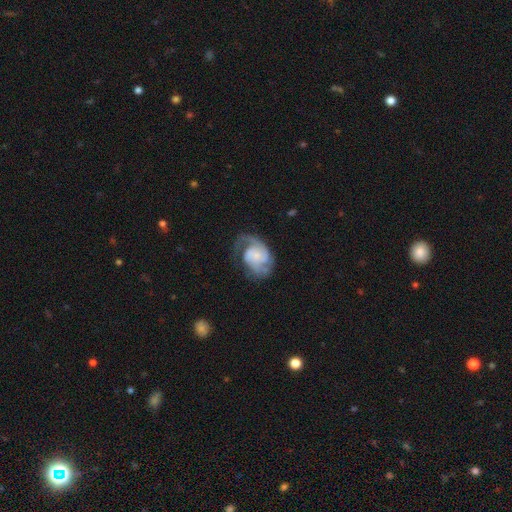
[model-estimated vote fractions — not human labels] smooth-or-featured: featured or disk: 81% | smooth: 13% | star or artifact: 6%
  disk-edge-on: no: 98% | yes: 2%
    bar: no: 64% | weak: 30% | strong: 6%
    has-spiral-arms: yes: 95% | no: 5%
      spiral-winding: medium: 48% | tight: 31% | loose: 22%
      spiral-arm-count: 2: 62% | 3: 11% | 1: 11% | can't tell: 11% | 4: 3% | more than 4: 3%
    bulge-size: small: 45% | none: 26% | moderate: 19% | large: 8% | dominant: 2%
  merging: none: 55% | minor disturbance: 22% | major disturbance: 21% | merger: 2%